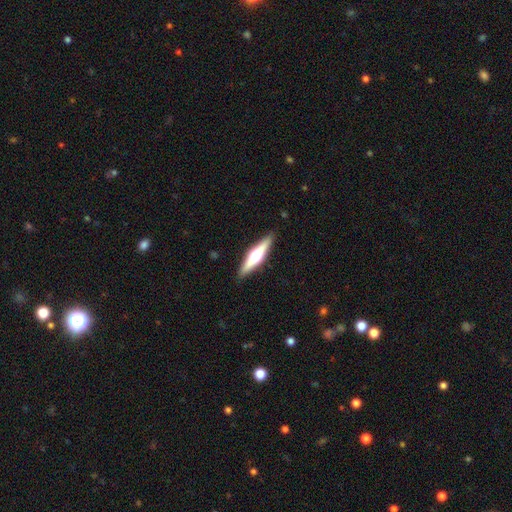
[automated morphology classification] Q: Smooth or featured?
A: featured or disk (61%); runner-up: smooth (33%)
Q: Edge-on disk?
A: yes (97%); runner-up: no (3%)
Q: Edge-on bulge?
A: rounded (90%); runner-up: boxy (6%)
Q: Merging?
A: none (90%); runner-up: minor disturbance (7%)